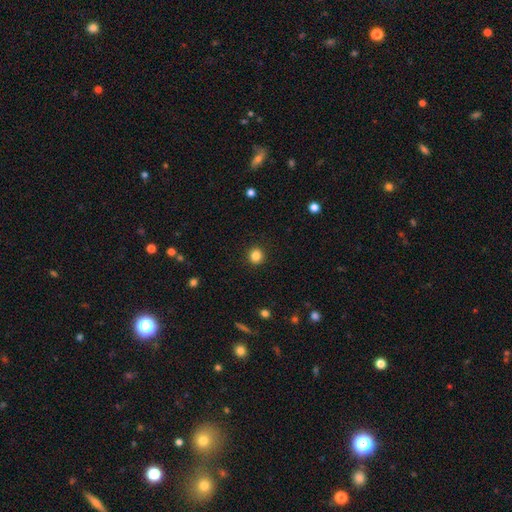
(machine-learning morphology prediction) type=smooth (85%); roundness=round (93%); merging=none (92%).